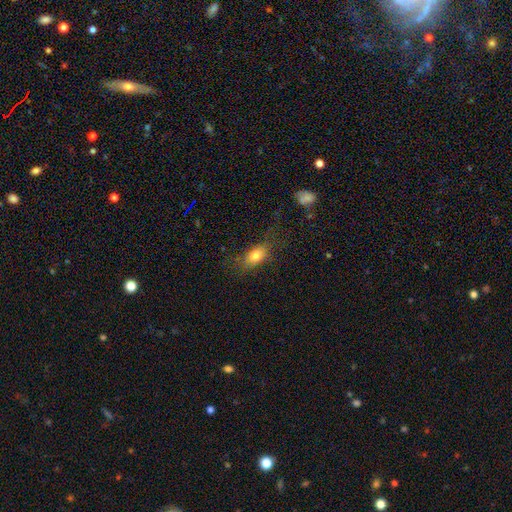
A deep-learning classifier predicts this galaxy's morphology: This appears to be a smooth galaxy with no disk features (76%) that is in between round and cigar-shaped (78%). Merging: none (63%).